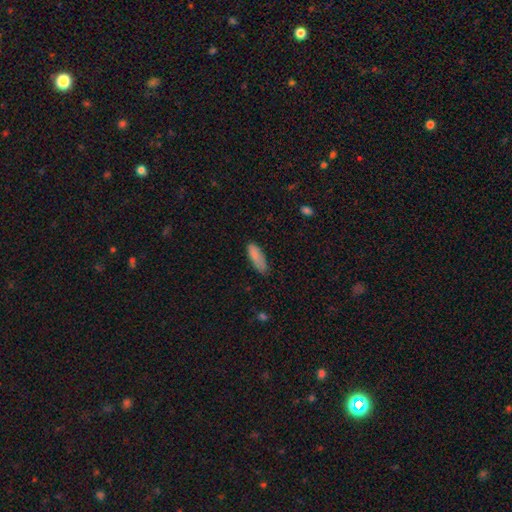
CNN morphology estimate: The model was most divided on "how rounded": in between: 61%, cigar-shaped: 37%, round: 2%. More confident: smooth or featured — smooth (86%); merging — none (71%).